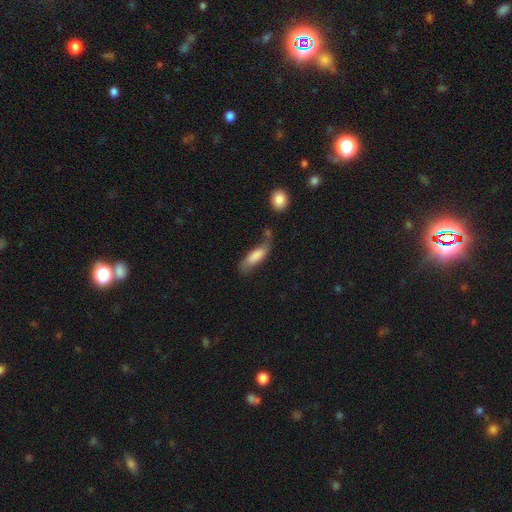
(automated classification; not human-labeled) Smooth or featured: smooth — 72% (featured or disk — 21%)
How rounded: in between — 58% (cigar-shaped — 40%)
Merging: none — 46% (minor disturbance — 28%)